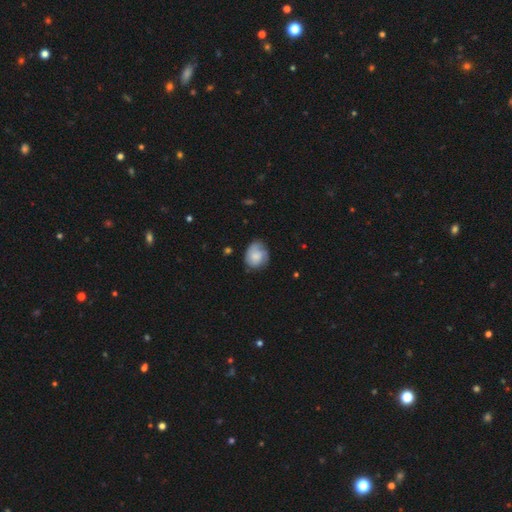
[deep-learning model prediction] Smooth or featured? Predicted: smooth (p=0.60). How rounded? Predicted: round (p=0.58). Merging? Predicted: none (p=0.62).